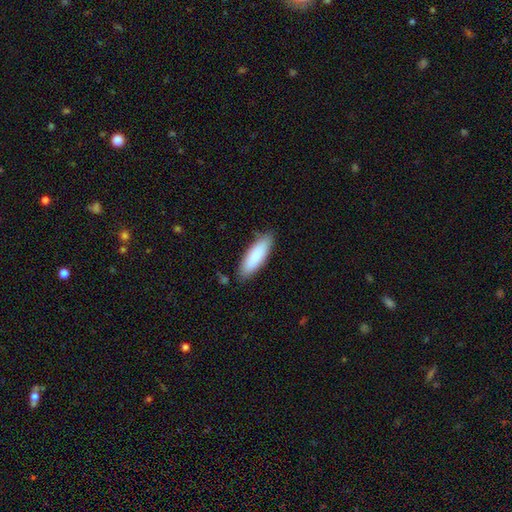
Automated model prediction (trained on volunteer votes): A smooth galaxy with no disk features (86%) that is in between round and cigar-shaped (52%).

Vote fractions:
- Smooth or featured? smooth: 86% / featured or disk: 8% / star or artifact: 5%
- How rounded? in between: 52% / cigar-shaped: 47% / round: 1%
- Merging? none: 83% / minor disturbance: 13% / major disturbance: 2% / merger: 2%